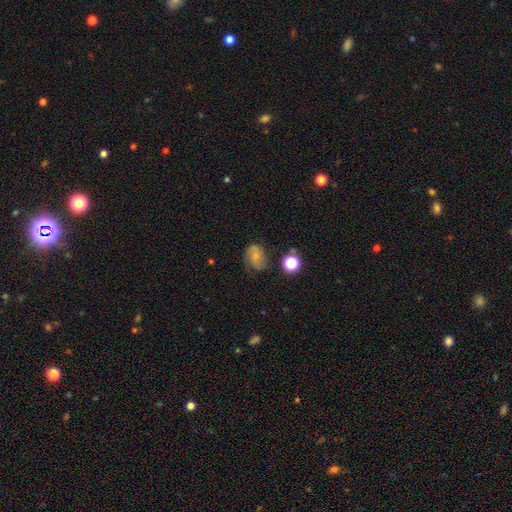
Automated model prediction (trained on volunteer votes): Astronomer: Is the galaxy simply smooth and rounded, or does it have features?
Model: featured or disk — 46% (runner-up: smooth, 41%).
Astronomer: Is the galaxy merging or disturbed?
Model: none — 59%.